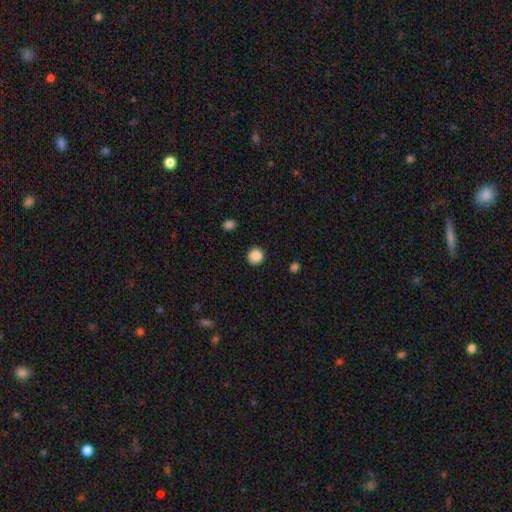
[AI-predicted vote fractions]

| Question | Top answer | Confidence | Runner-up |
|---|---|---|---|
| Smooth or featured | smooth | 87% | star or artifact (10%) |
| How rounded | round | 91% | in between (8%) |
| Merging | none | 88% | minor disturbance (8%) |